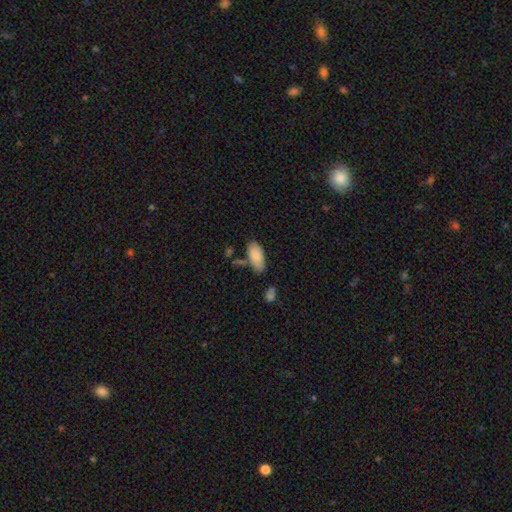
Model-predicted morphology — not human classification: This is clearly a smooth galaxy (87%). How rounded: clearly in between (91%). Merging: likely none (62%).